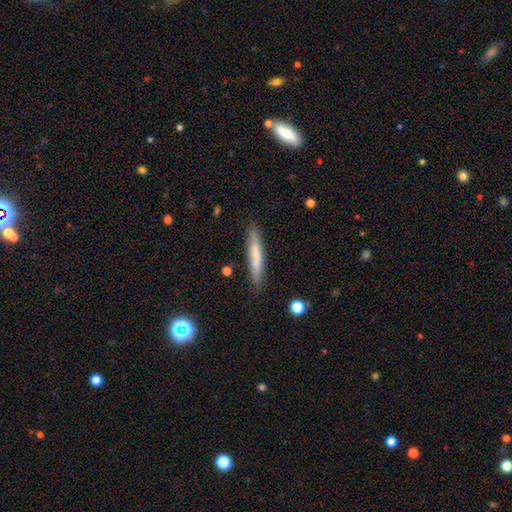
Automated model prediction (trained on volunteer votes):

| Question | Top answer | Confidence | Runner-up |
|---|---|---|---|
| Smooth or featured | smooth | 70% | featured or disk (24%) |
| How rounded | cigar-shaped | 93% | in between (5%) |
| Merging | none | 86% | minor disturbance (10%) |